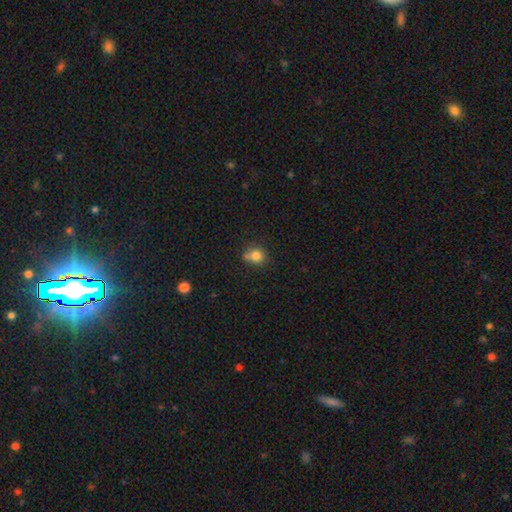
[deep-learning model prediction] The model was most divided on "merging": none: 57%, minor disturbance: 26%, merger: 11%, major disturbance: 7%. More confident: smooth or featured — smooth (80%); how rounded — round (75%).